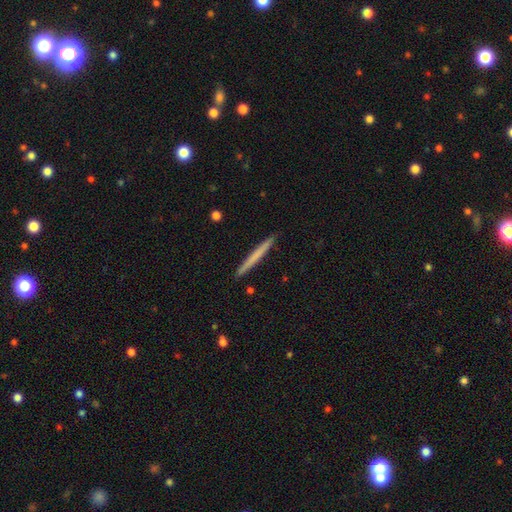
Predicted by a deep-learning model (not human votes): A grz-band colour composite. It shows a smooth galaxy with no disk features (62%) that is cigar-shaped (97%). Merging: none (92%).